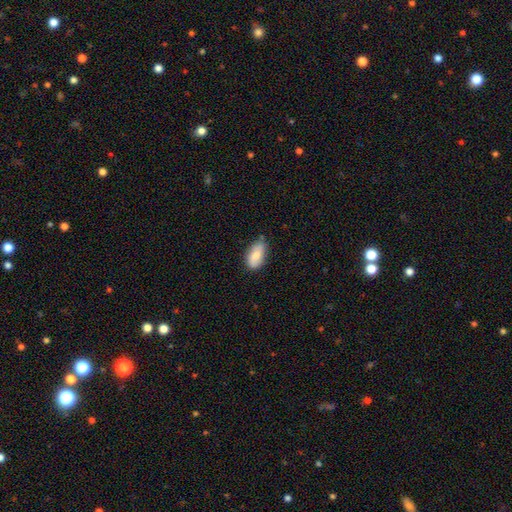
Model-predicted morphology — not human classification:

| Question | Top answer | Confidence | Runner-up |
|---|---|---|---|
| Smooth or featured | smooth | 75% | featured or disk (18%) |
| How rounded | in between | 93% | round (4%) |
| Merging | none | 66% | minor disturbance (27%) |